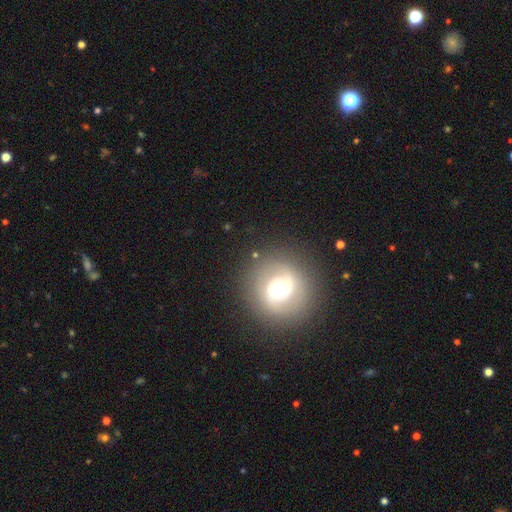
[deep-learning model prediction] featured or disk 66%, smooth 25%, star or artifact 9%. Down the decision tree: edge-on disk — no (97%); bar — no (43%); spiral arms — yes (85%); spiral arm count — 2 (84%); spiral winding — medium (45%); bulge size — moderate (66%); merging — none (85%).